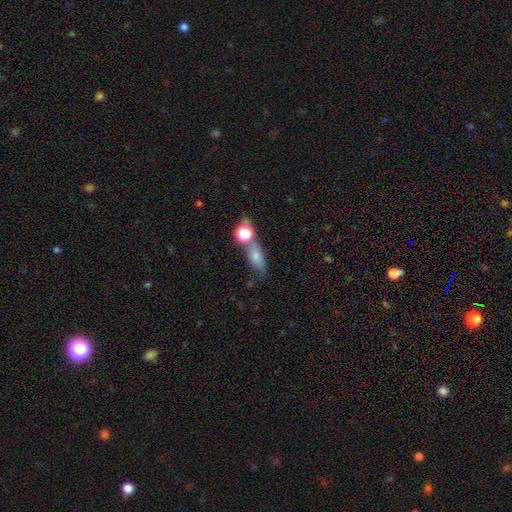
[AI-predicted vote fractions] Smooth or featured?
  - smooth: 69% *
  - featured or disk: 19%
  - star or artifact: 13%
How rounded?
  - in between: 62% *
  - cigar-shaped: 23%
  - round: 15%
Merging?
  - none: 51% *
  - merger: 25%
  - minor disturbance: 16%
  - major disturbance: 8%